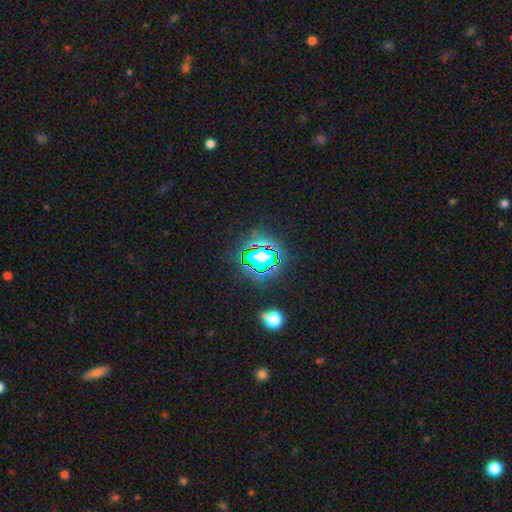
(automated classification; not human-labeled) Smooth or featured?
  - star or artifact: 81% *
  - smooth: 12%
  - featured or disk: 7%